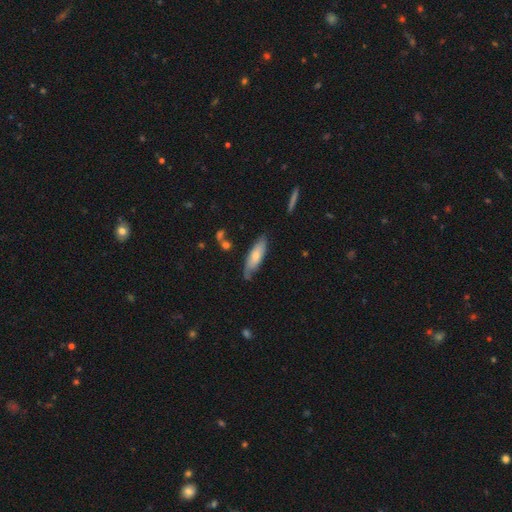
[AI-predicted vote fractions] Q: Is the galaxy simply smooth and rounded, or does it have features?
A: smooth — 62%.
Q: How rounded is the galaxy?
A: cigar-shaped — 50%.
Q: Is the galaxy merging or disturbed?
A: none — 68%.